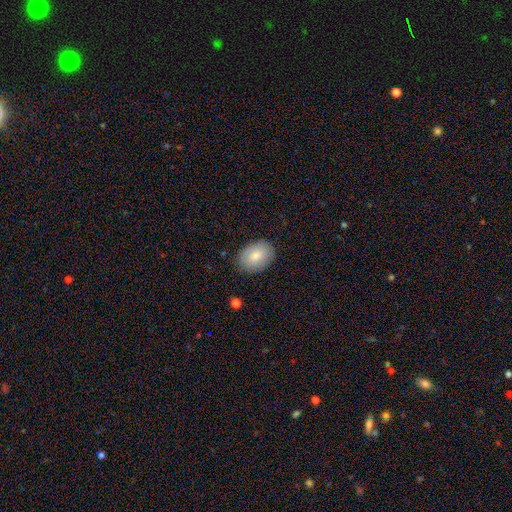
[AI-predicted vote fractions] Morphology: type=smooth (81%); roundness=in between (81%); merging=none (86%).